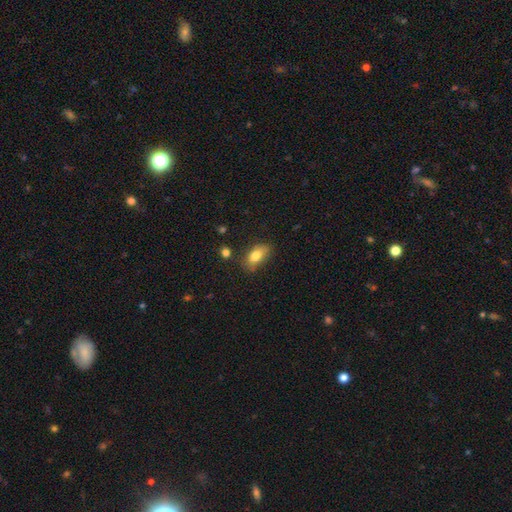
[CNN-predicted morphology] type=smooth (79%); roundness=in between (88%); merging=none (68%).